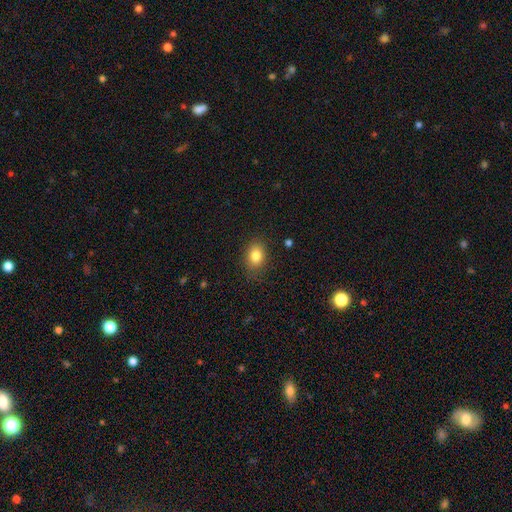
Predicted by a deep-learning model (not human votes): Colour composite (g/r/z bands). It shows a smooth galaxy with no disk features (83%) that is in between round and cigar-shaped (68%). Merging: none (84%).